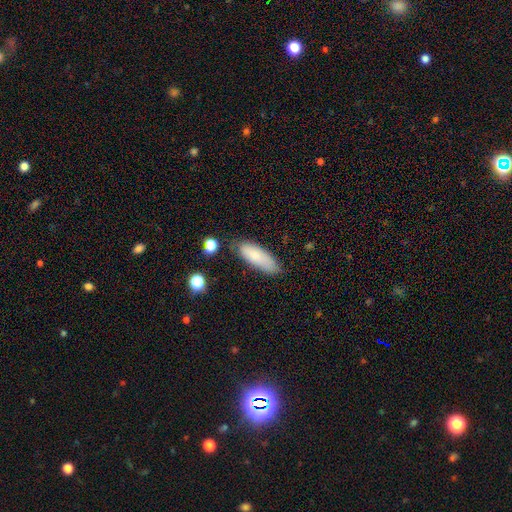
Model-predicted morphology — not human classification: type=smooth (79%); roundness=in between (63%); merging=none (71%).